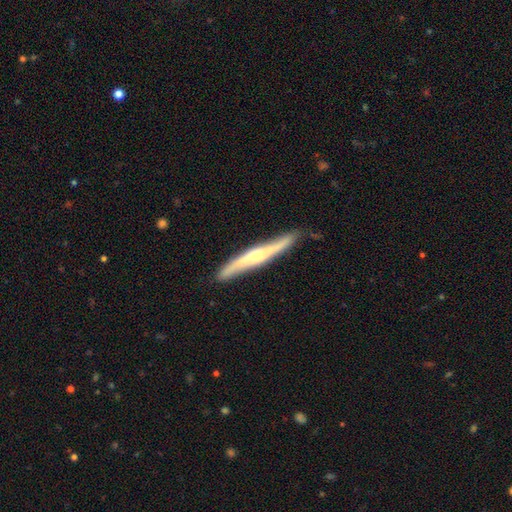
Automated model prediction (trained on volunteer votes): A featured or disk galaxy (70%) viewed edge-on (91%) with a rounded central bulge (71%). Merging: none (83%).